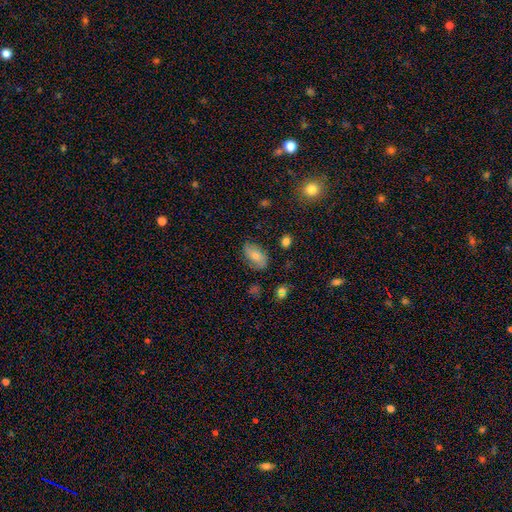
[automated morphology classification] This appears to be a smooth galaxy with no disk features (69%) that is in between round and cigar-shaped (91%). Merging: none (72%).